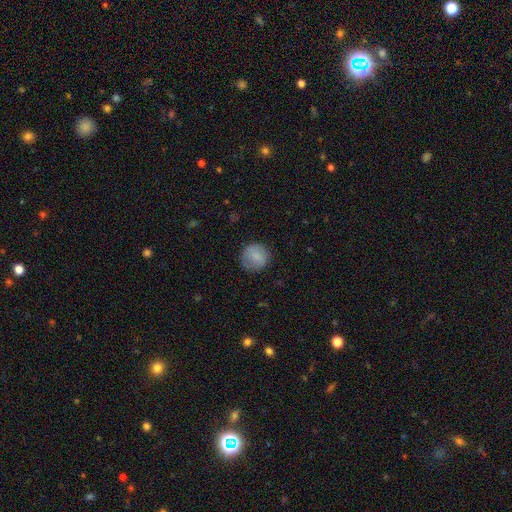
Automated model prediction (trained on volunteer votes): Morphology: type=smooth (82%); roundness=round (91%); merging=none (82%).